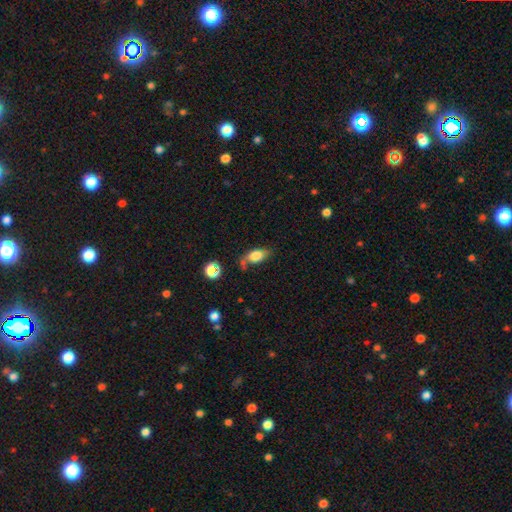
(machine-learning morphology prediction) Smooth or featured: smooth — 76% (featured or disk — 15%)
How rounded: in between — 84% (round — 9%)
Merging: none — 53% (minor disturbance — 26%)